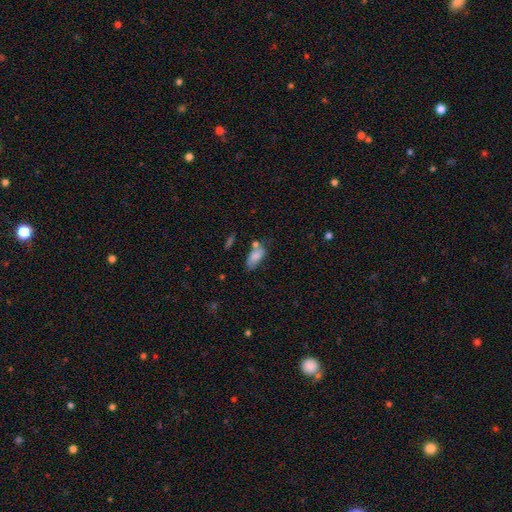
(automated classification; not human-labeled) smooth_or_featured: smooth (p=0.79) [alt: featured or disk p=0.13]
how_rounded: in between (p=0.85) [alt: cigar-shaped p=0.12]
merging: none (p=0.45) [alt: minor disturbance p=0.24]